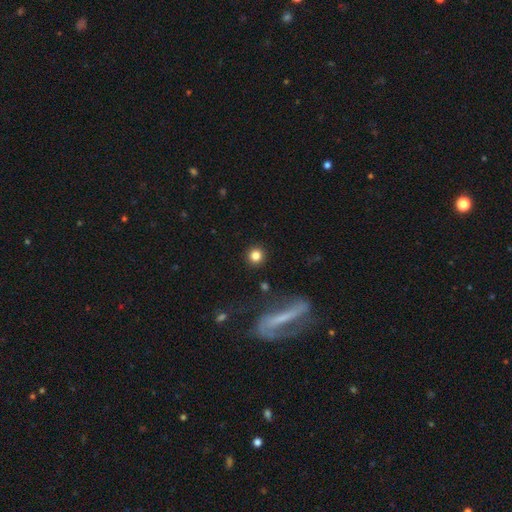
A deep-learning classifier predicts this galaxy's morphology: smooth-or-featured: smooth: 82% | star or artifact: 11% | featured or disk: 7%
  how-rounded: round: 94% | in between: 5% | cigar-shaped: 1%
  merging: none: 91% | minor disturbance: 5% | major disturbance: 2% | merger: 2%